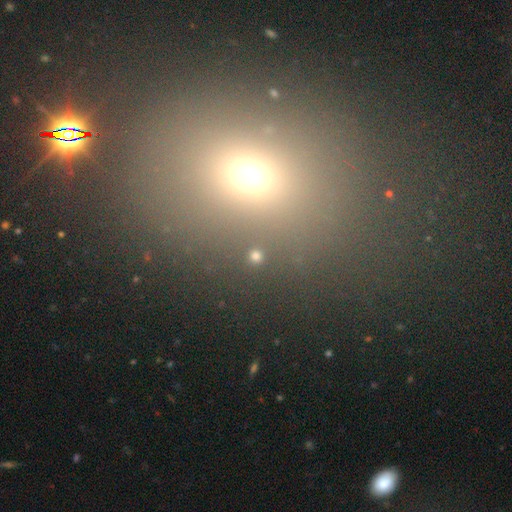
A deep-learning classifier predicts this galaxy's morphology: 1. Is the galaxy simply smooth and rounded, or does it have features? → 70% smooth, 25% star or artifact, 5% featured or disk.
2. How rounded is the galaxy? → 94% round, 5% in between, 1% cigar-shaped.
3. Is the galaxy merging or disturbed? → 88% none, 5% minor disturbance, 4% merger, 3% major disturbance.